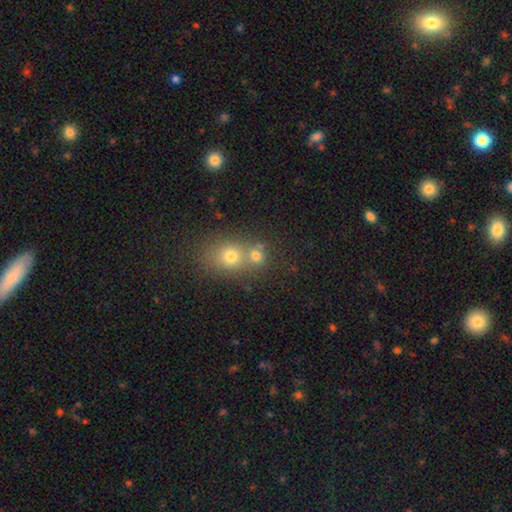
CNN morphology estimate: A smooth galaxy with no disk features (71%) that is round (77%).

Vote fractions:
- Smooth or featured? smooth: 71% / star or artifact: 17% / featured or disk: 12%
- How rounded? round: 77% / in between: 22% / cigar-shaped: 1%
- Merging? merger: 45% (tied) / none: 45% (tied) / minor disturbance: 7% / major disturbance: 3%